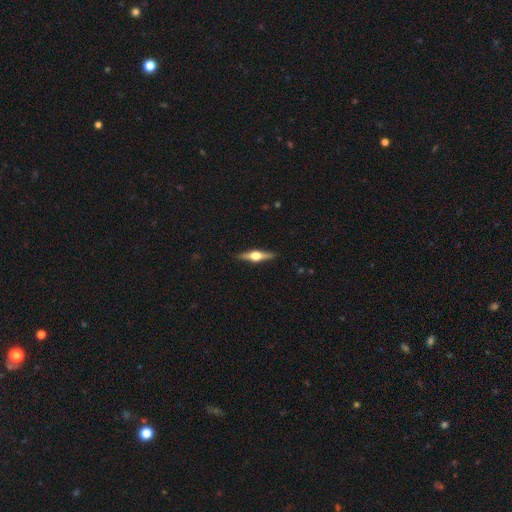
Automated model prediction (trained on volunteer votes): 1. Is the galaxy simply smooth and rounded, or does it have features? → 73% featured or disk, 21% smooth, 6% star or artifact.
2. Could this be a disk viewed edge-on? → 97% yes, 3% no.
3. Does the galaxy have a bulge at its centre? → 95% rounded, 4% boxy, 1% none.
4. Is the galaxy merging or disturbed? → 90% none, 8% minor disturbance, 2% major disturbance, 1% merger.